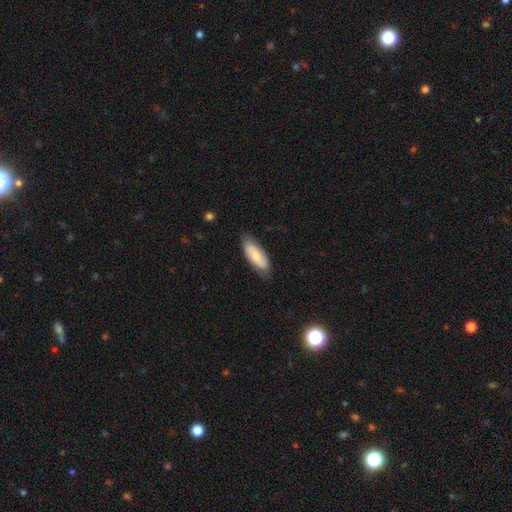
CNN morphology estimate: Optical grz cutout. It shows a smooth galaxy with no disk features (63%) that is in between round and cigar-shaped (74%). Merging: none (78%).